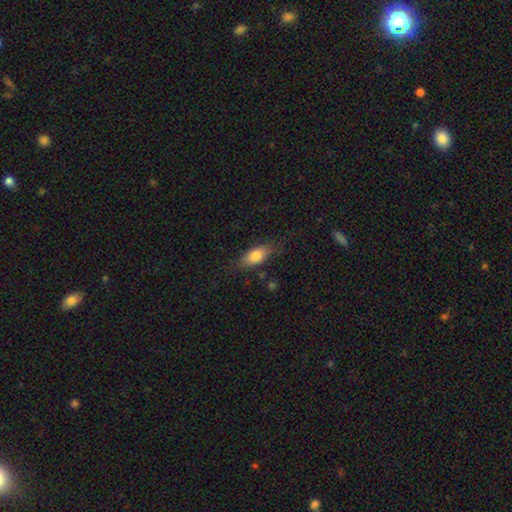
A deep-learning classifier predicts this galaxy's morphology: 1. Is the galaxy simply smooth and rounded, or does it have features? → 76% smooth, 16% featured or disk, 7% star or artifact.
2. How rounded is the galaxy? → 80% in between, 15% cigar-shaped, 5% round.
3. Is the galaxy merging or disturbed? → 76% none, 17% minor disturbance, 5% major disturbance, 2% merger.